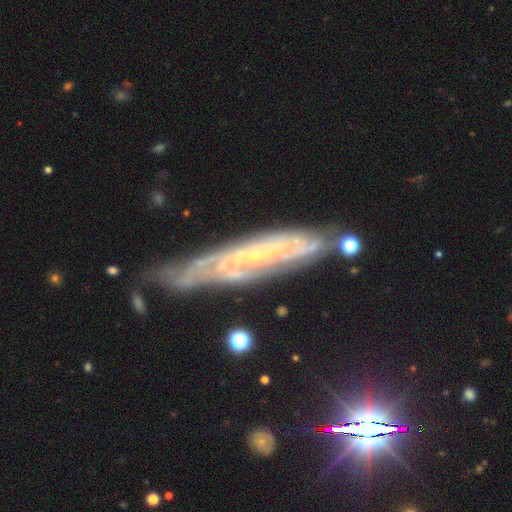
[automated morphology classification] smooth-or-featured: featured or disk: 81% | smooth: 10% | star or artifact: 9%
  disk-edge-on: no: 69% | yes: 31%
    bar: no: 55% | weak: 32% | strong: 13%
    has-spiral-arms: yes: 92% | no: 8%
      spiral-winding: tight: 70% | medium: 24% | loose: 5%
      spiral-arm-count: can't tell: 53% | 2: 19% | 3: 11% | 4: 8% | more than 4: 5% | 1: 4%
    bulge-size: small: 78% | moderate: 15% | none: 5% | large: 1% | dominant: 1%
  merging: none: 65% | minor disturbance: 24% | major disturbance: 8% | merger: 3%